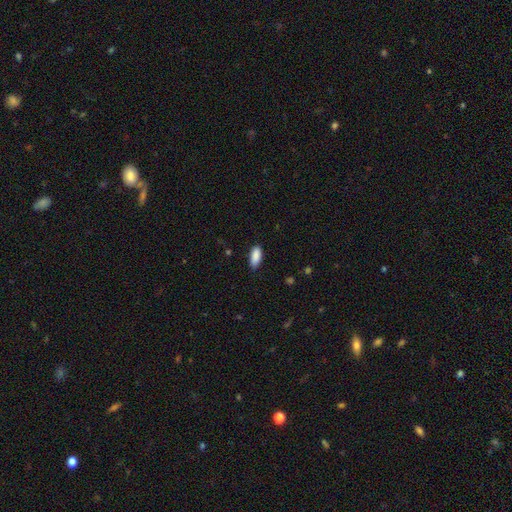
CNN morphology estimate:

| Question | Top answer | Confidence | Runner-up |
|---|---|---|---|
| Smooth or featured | smooth | 90% | star or artifact (6%) |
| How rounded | in between | 85% | cigar-shaped (13%) |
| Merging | none | 82% | minor disturbance (14%) |